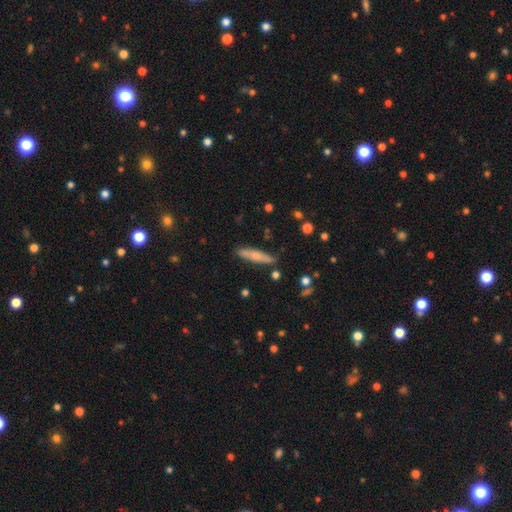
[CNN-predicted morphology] Smooth or featured: smooth — 60% (featured or disk — 34%)
How rounded: cigar-shaped — 84% (in between — 14%)
Merging: none — 84% (minor disturbance — 12%)